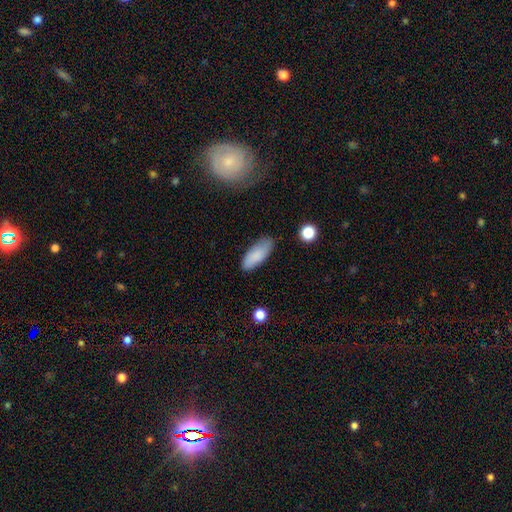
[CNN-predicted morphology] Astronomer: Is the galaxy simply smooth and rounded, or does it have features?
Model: smooth — 84%.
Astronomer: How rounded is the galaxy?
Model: in between — 76%.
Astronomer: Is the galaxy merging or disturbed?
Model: none — 79%.